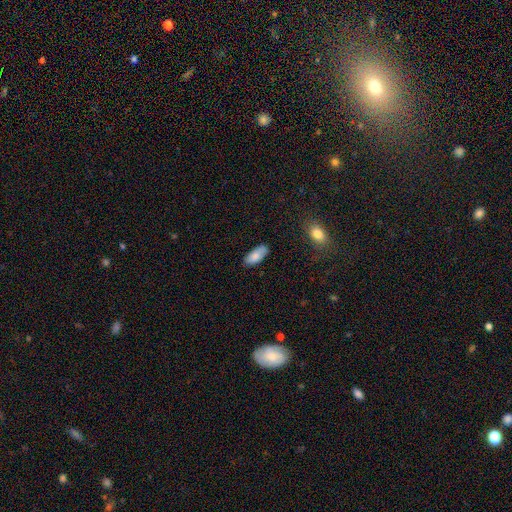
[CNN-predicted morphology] This is clearly a smooth galaxy (83%). How rounded: clearly in between (86%). Merging: clearly none (81%).